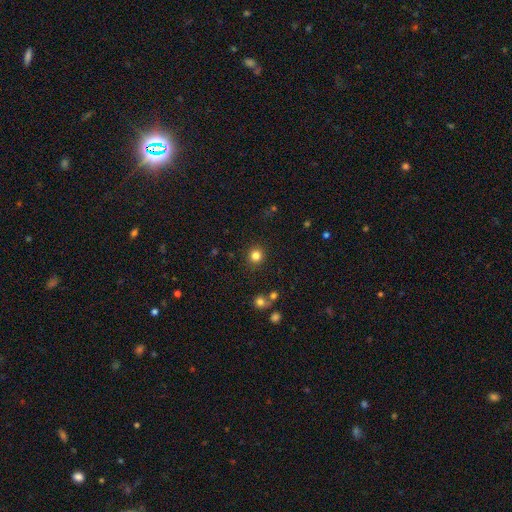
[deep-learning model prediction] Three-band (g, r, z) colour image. It shows a smooth galaxy with no disk features (82%) that is round (93%). Merging: none (90%).